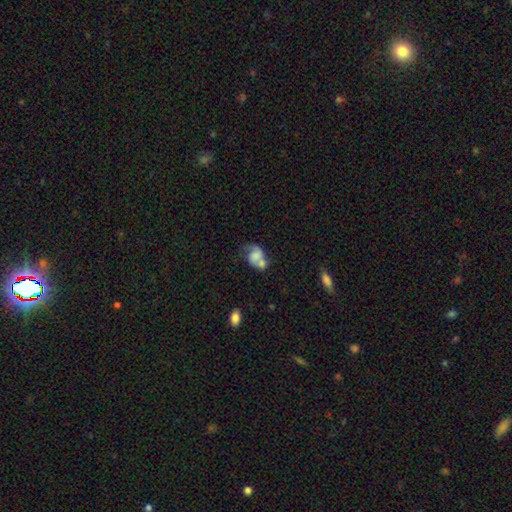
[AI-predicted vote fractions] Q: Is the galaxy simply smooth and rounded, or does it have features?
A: featured or disk — 55%.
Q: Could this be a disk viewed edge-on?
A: no — 97%.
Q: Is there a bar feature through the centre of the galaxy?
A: no — 67%.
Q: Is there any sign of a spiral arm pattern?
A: yes — 80%.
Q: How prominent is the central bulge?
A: none — 32%.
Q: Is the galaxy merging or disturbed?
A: merger — 44%.